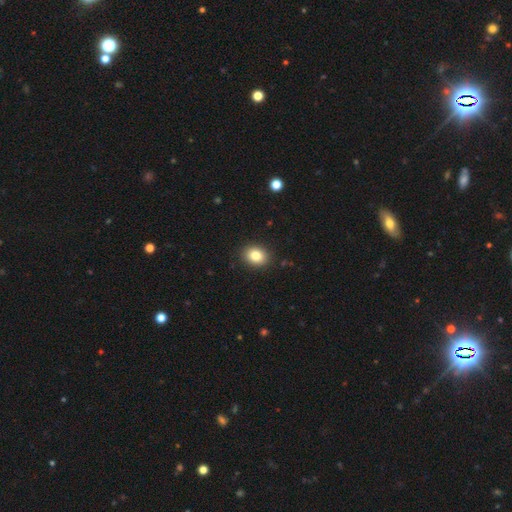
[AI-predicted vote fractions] A smooth galaxy with no disk features (83%) that is in between round and cigar-shaped (50%).

Vote fractions:
- Smooth or featured? smooth: 83% / star or artifact: 10% / featured or disk: 7%
- How rounded? in between: 50% / round: 49% / cigar-shaped: 1%
- Merging? none: 90% / minor disturbance: 7% / major disturbance: 2% / merger: 1%